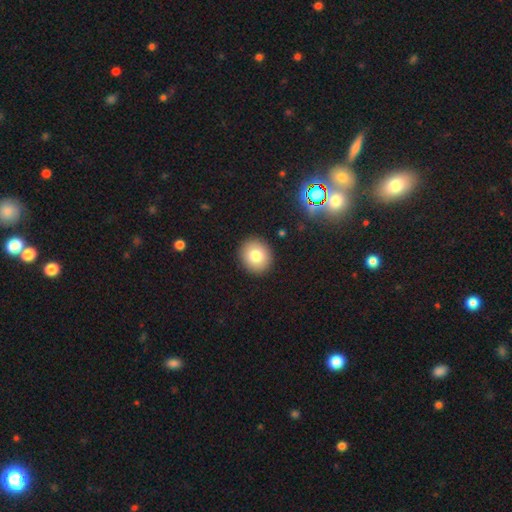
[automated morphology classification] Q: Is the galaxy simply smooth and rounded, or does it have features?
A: smooth — 79%.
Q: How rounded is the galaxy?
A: round — 84%.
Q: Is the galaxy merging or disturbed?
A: none — 91%.